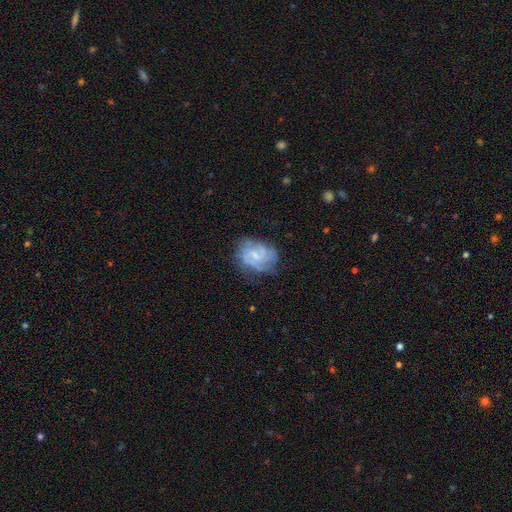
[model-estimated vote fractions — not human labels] This appears to be a featured or disk galaxy (72%) with no bar (53%), tight (46%) spiral arms (87%) and a small central bulge (55%). Merging: none (64%).